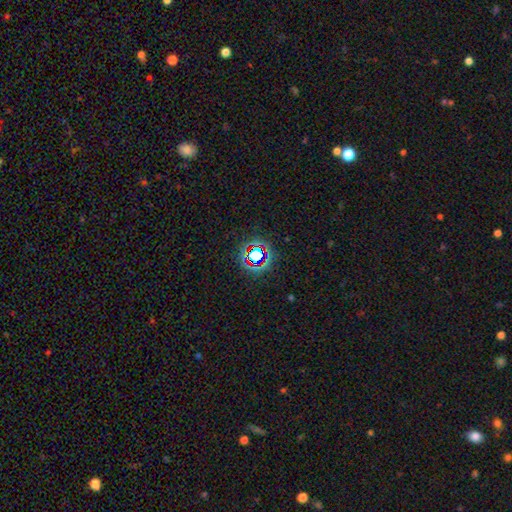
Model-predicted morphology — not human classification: star or artifact 65%, smooth 23%, featured or disk 11%.